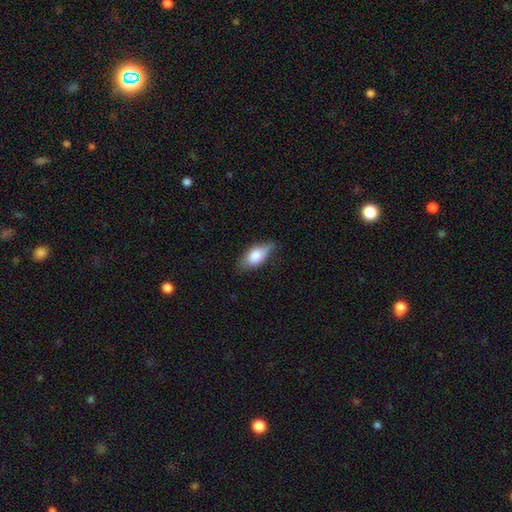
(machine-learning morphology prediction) Smooth or featured: smooth — 74% (featured or disk — 19%)
How rounded: in between — 86% (cigar-shaped — 10%)
Merging: none — 58% (minor disturbance — 33%)